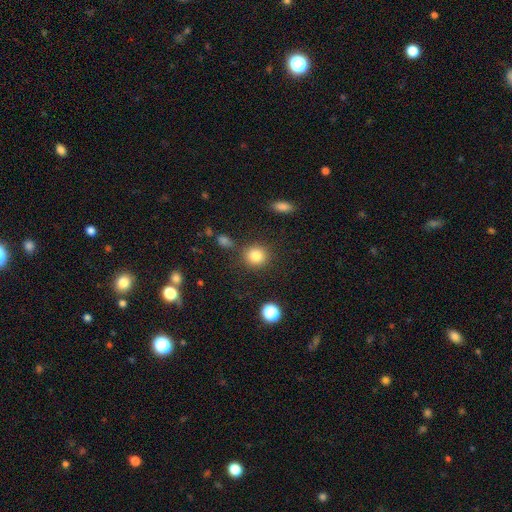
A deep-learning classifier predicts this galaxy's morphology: The model was most divided on "smooth or featured": smooth: 82%, star or artifact: 12%, featured or disk: 6%. More confident: how rounded — round (88%); merging — none (81%).